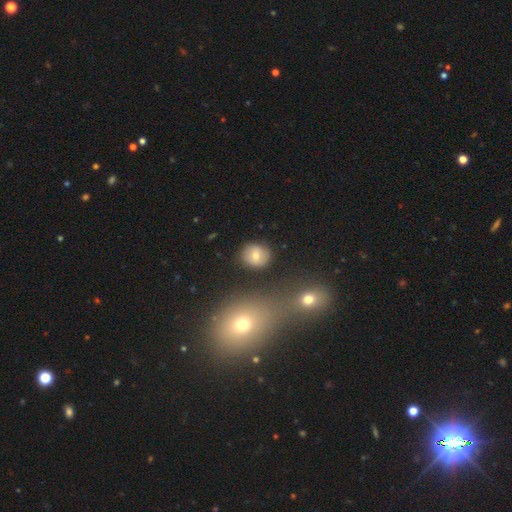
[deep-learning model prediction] This is likely a smooth galaxy (71%). How rounded: likely round (80%). Merging: clearly none (85%).